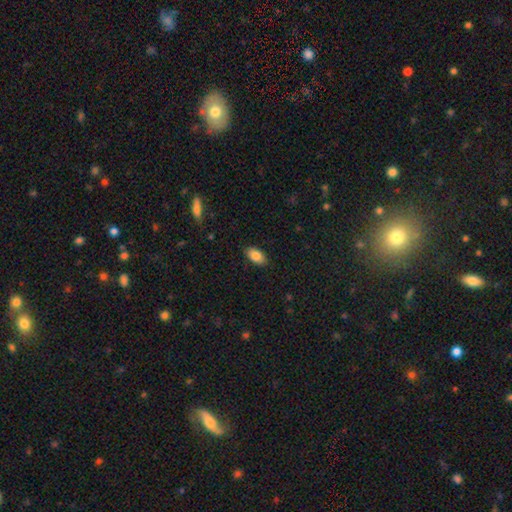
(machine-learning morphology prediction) smooth-or-featured: smooth: 85% | featured or disk: 8% | star or artifact: 7%
  how-rounded: in between: 93% | round: 4% | cigar-shaped: 4%
  merging: none: 87% | minor disturbance: 10% | major disturbance: 2% | merger: 1%